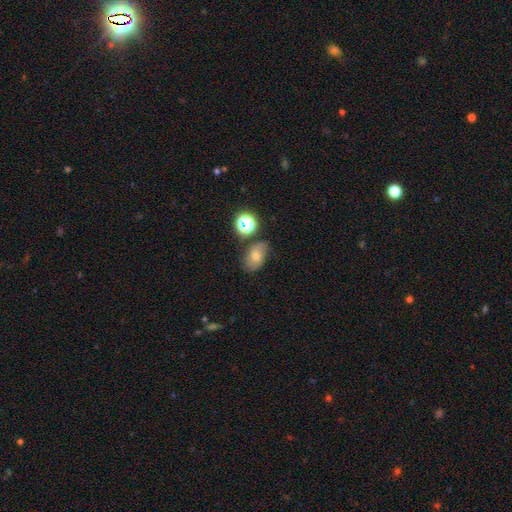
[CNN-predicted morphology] Smooth or featured: smooth — 47% (featured or disk — 27%)
Merging: none — 70% (minor disturbance — 17%)